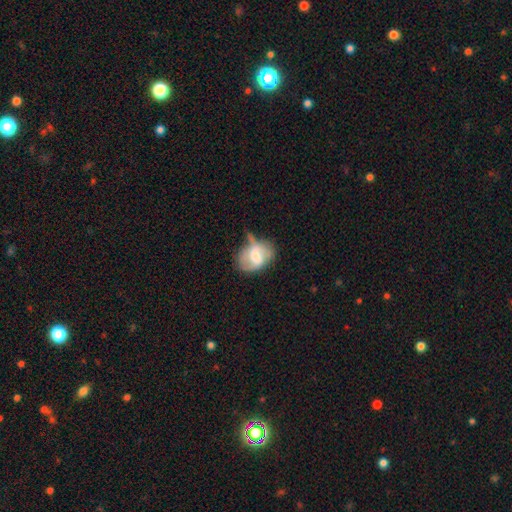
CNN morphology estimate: smooth 49%, featured or disk 44%, star or artifact 7%. Down the decision tree: merging — minor disturbance (35%).